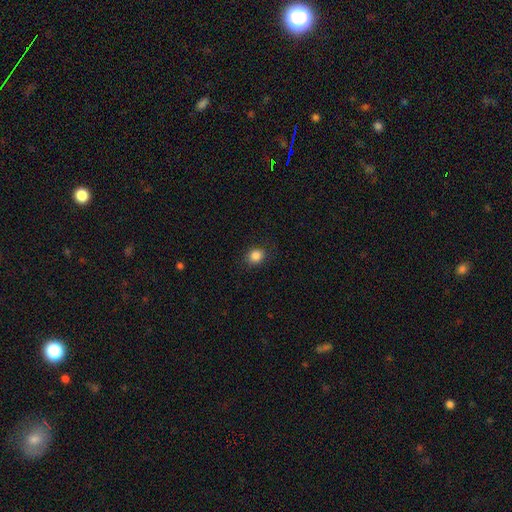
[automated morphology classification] This is clearly a smooth galaxy (86%). How rounded: likely round (68%). Merging: clearly none (85%).